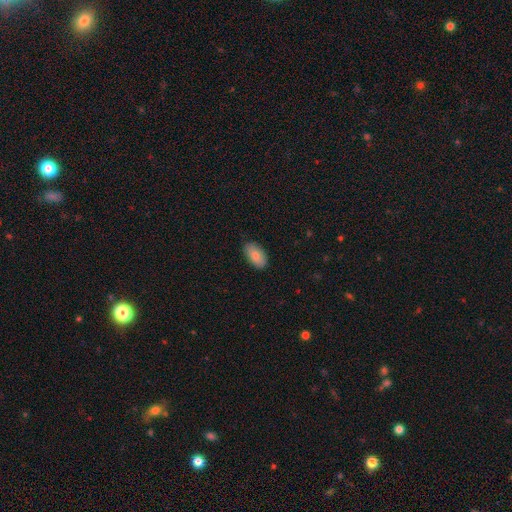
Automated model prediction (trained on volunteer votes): Smooth or featured?
  - smooth: 84% *
  - featured or disk: 10%
  - star or artifact: 6%
How rounded?
  - in between: 94% *
  - round: 4%
  - cigar-shaped: 2%
Merging?
  - none: 87% *
  - minor disturbance: 10%
  - major disturbance: 2%
  - merger: 1%